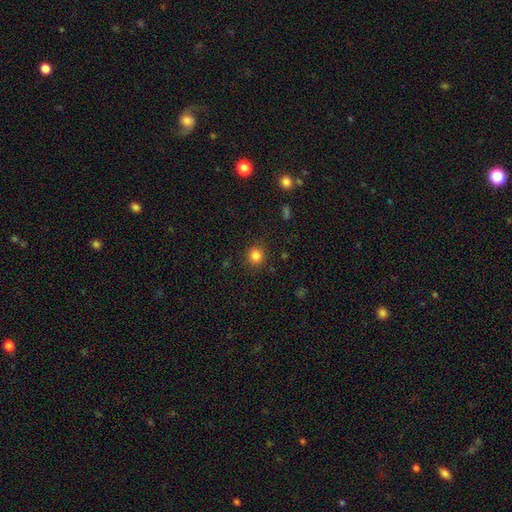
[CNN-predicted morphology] Overall: smooth (84%). How rounded: round (91%). Merging: none (88%).